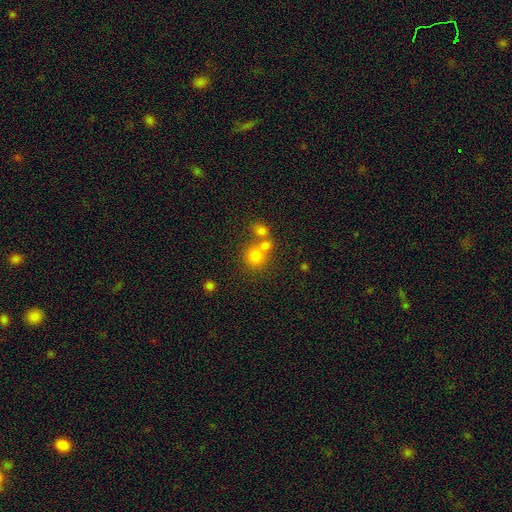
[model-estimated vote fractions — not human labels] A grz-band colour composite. It shows a smooth galaxy with no disk features (74%) that is round (84%). Merging: none (46%).